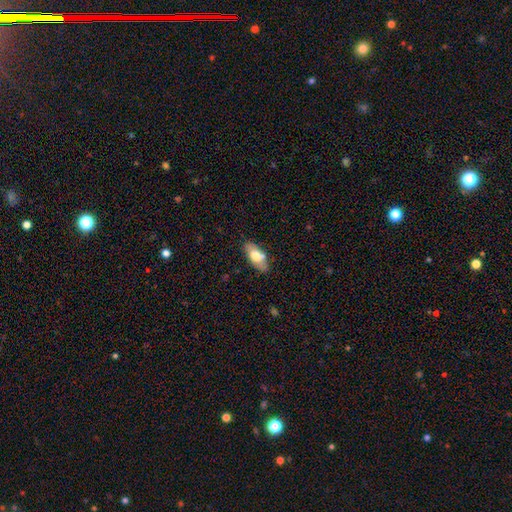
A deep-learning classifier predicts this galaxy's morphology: smooth_or_featured: smooth (p=0.67) [alt: featured or disk p=0.26]
how_rounded: in between (p=0.87) [alt: cigar-shaped p=0.10]
merging: none (p=0.76) [alt: minor disturbance p=0.17]